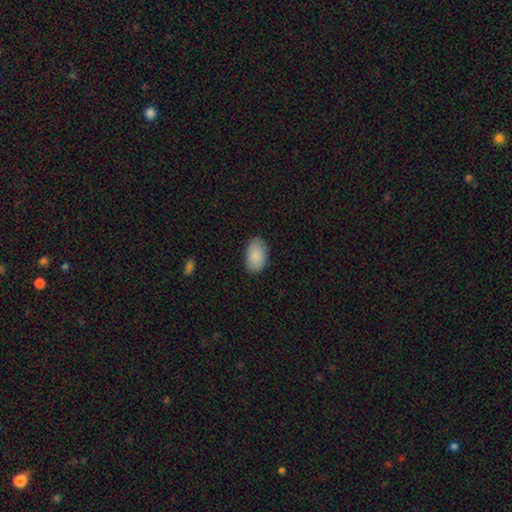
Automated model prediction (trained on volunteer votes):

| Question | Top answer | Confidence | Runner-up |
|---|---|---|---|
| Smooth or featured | smooth | 88% | featured or disk (6%) |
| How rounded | in between | 94% | round (5%) |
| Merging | none | 85% | minor disturbance (11%) |